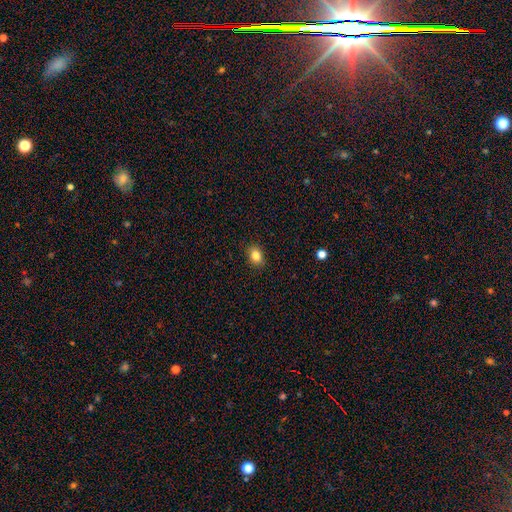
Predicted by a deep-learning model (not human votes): Overall: smooth (84%). How rounded: in between (65%; round 33%). Merging: none (89%).